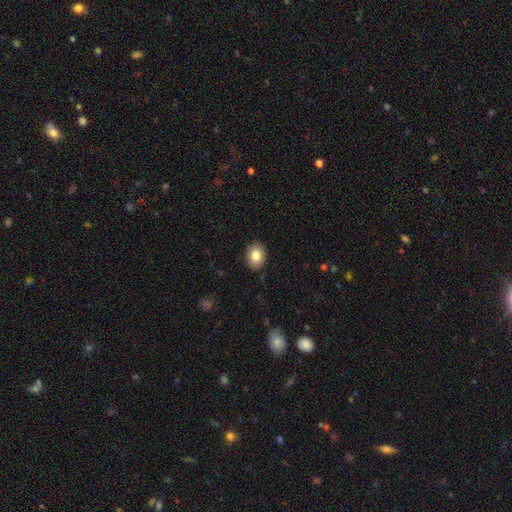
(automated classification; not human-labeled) Overall: smooth (82%). How rounded: in between (58%; round 41%). Merging: none (89%).